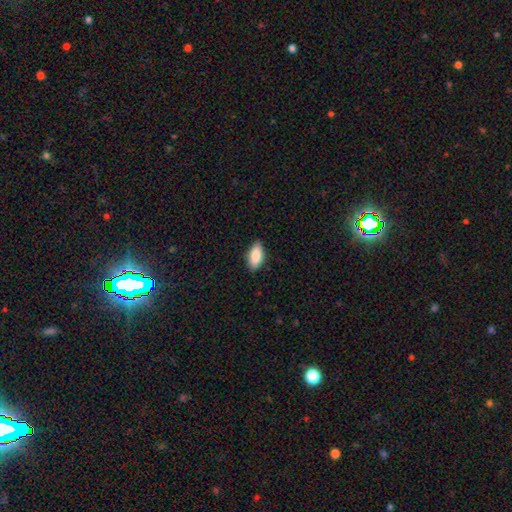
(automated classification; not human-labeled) smooth_or_featured: smooth (p=0.85) [alt: featured or disk p=0.09]
how_rounded: in between (p=0.90) [alt: cigar-shaped p=0.07]
merging: none (p=0.87) [alt: minor disturbance p=0.10]